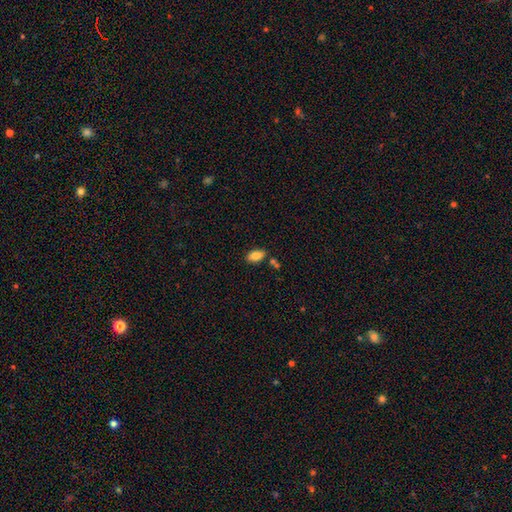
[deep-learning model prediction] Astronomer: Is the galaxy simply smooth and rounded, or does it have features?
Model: smooth — 85%.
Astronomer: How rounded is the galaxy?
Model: in between — 92%.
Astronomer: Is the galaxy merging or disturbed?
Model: none — 77%.